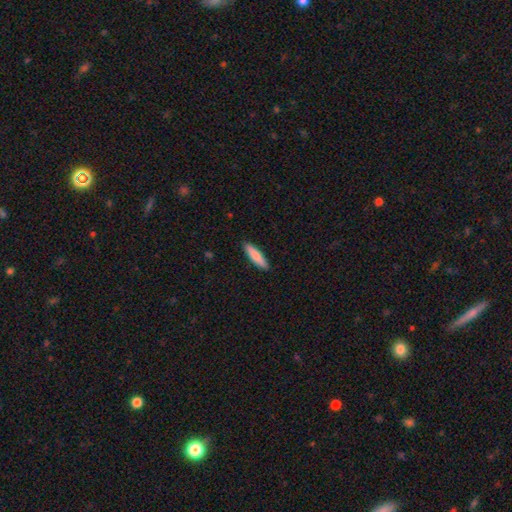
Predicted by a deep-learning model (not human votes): Smooth or featured?
  - smooth: 82% *
  - featured or disk: 12%
  - star or artifact: 5%
How rounded?
  - cigar-shaped: 77% *
  - in between: 22%
  - round: 1%
Merging?
  - none: 91% *
  - minor disturbance: 7%
  - major disturbance: 1%
  - merger: 1%